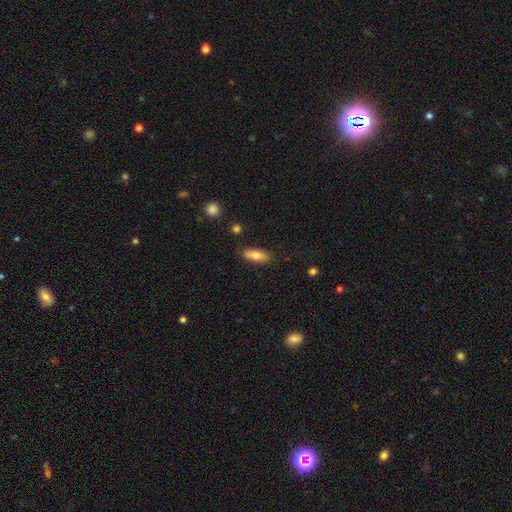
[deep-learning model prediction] smooth-or-featured: smooth: 73% | featured or disk: 21% | star or artifact: 7%
  how-rounded: in between: 70% | cigar-shaped: 27% | round: 3%
  merging: none: 83% | minor disturbance: 12% | major disturbance: 2% | merger: 2%